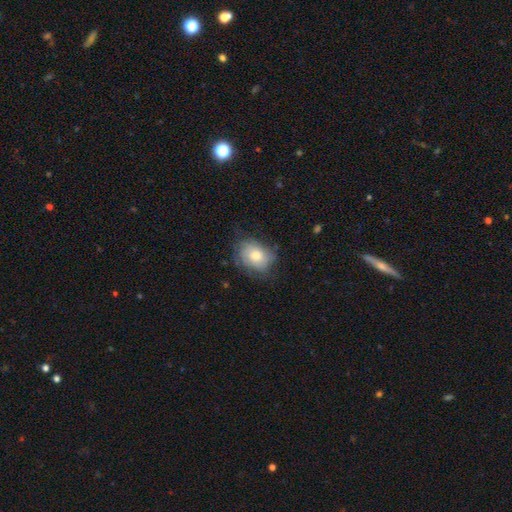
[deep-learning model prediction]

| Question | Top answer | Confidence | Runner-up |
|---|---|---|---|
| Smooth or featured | smooth | 52% | featured or disk (40%) |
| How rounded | in between | 59% | round (40%) |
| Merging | none | 64% | minor disturbance (25%) |